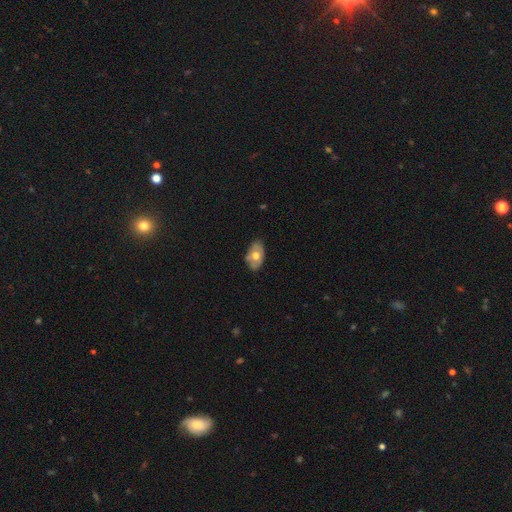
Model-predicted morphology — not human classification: smooth_or_featured: smooth (p=0.56) [alt: featured or disk p=0.37]
how_rounded: in between (p=0.90) [alt: round p=0.09]
merging: none (p=0.77) [alt: minor disturbance p=0.18]